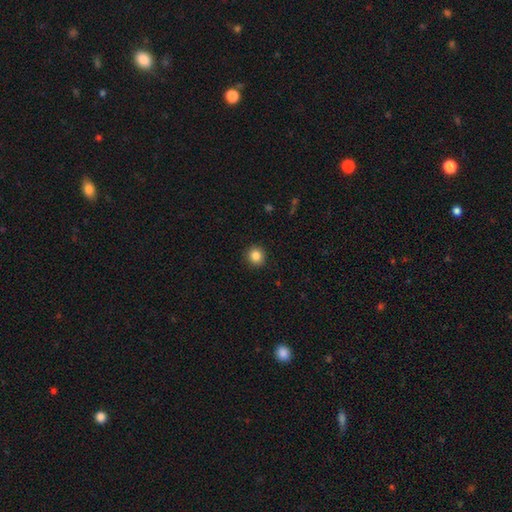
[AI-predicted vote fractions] Morphology: type=smooth (85%); roundness=round (90%); merging=none (91%).